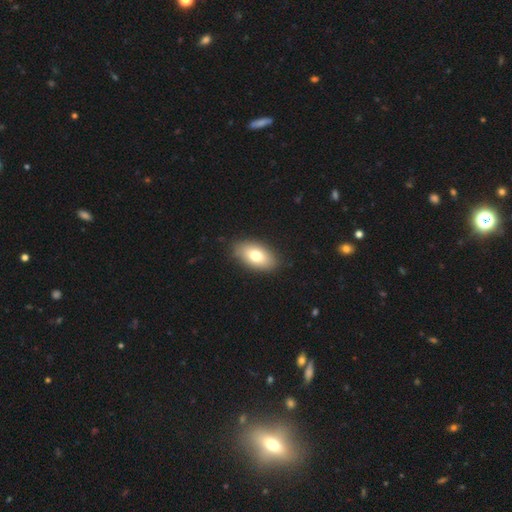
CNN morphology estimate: Smooth or featured?
  - smooth: 75% *
  - featured or disk: 18%
  - star or artifact: 7%
How rounded?
  - in between: 92% *
  - round: 5%
  - cigar-shaped: 3%
Merging?
  - none: 86% *
  - minor disturbance: 10%
  - major disturbance: 2%
  - merger: 1%